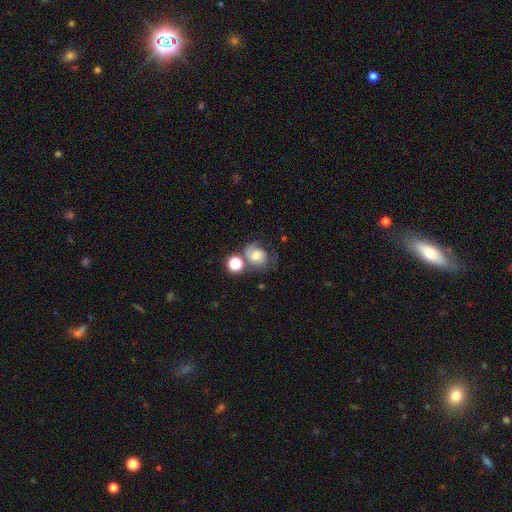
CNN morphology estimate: Smooth or featured?
  - featured or disk: 51% *
  - smooth: 37%
  - star or artifact: 12%
Edge-on disk?
  - no: 97% *
  - yes: 3%
Merging?
  - none: 45% *
  - minor disturbance: 20%
  - merger: 18%
  - major disturbance: 17%